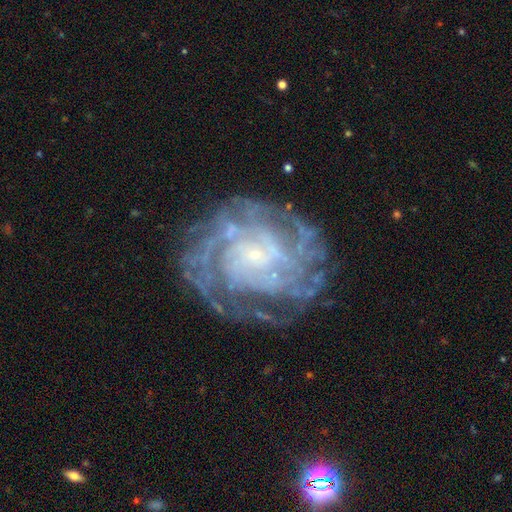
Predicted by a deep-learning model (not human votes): A featured or disk galaxy (84%) with no bar (70%), tight (70%) spiral arms (93%) and a small central bulge (85%). Merging: none (72%).